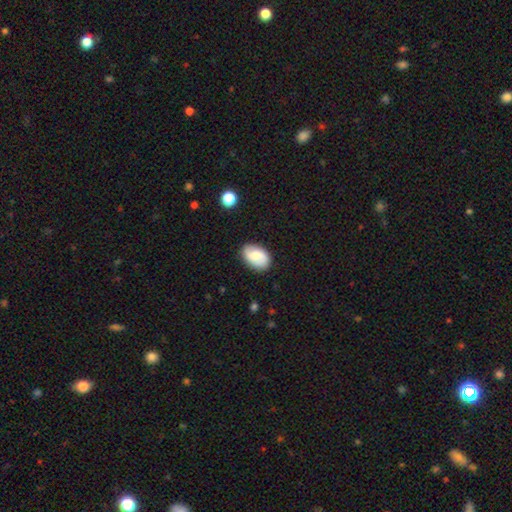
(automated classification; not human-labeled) This is possibly a smooth galaxy (59%). How rounded: clearly in between (88%). Merging: clearly none (83%).